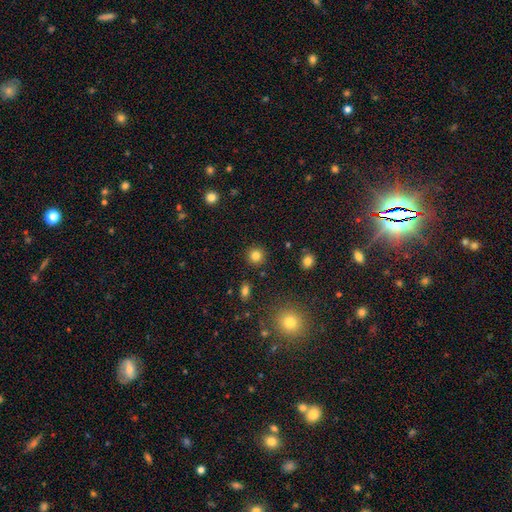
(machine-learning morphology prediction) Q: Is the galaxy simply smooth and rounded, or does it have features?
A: smooth — 82%.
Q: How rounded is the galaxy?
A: round — 93%.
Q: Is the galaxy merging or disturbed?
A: none — 91%.